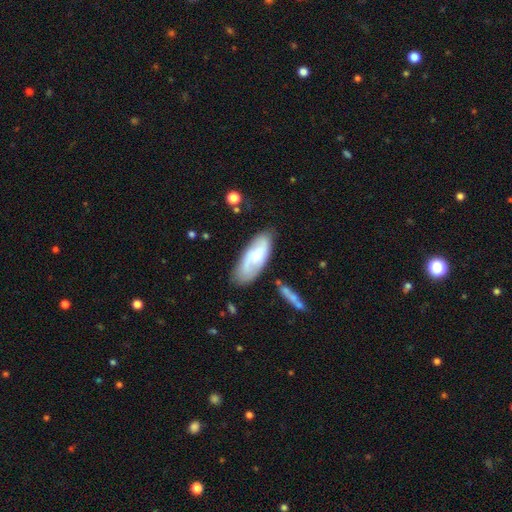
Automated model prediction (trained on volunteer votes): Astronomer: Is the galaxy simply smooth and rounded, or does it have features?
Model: smooth — 49% (runner-up: featured or disk, 45%).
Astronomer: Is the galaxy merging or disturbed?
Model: none — 70%.